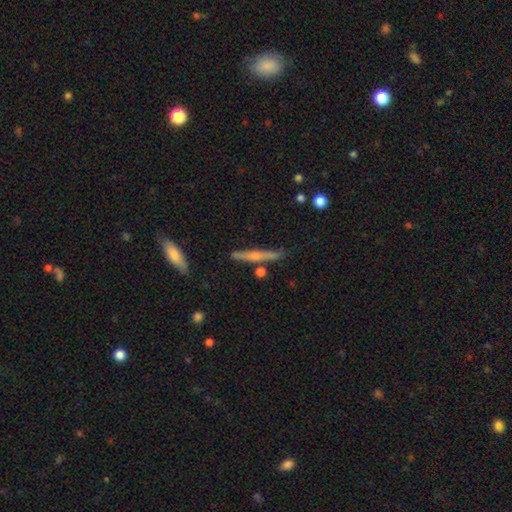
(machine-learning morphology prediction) This is possibly a featured or disk galaxy (49%). Merging: clearly none (82%).